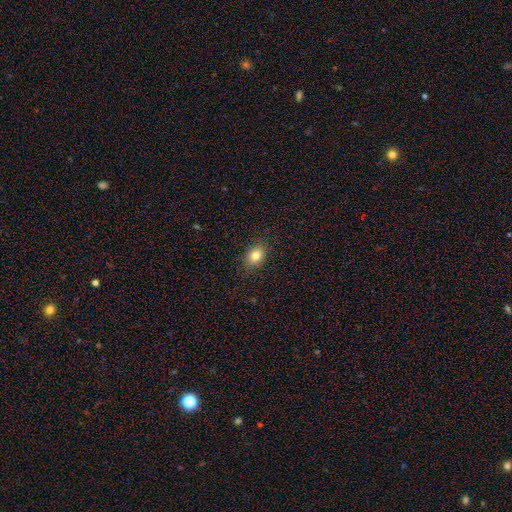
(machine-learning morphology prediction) smooth-or-featured: smooth: 81% | star or artifact: 11% | featured or disk: 8%
  how-rounded: in between: 59% | round: 40% | cigar-shaped: 1%
  merging: none: 85% | minor disturbance: 12% | major disturbance: 3% | merger: 1%